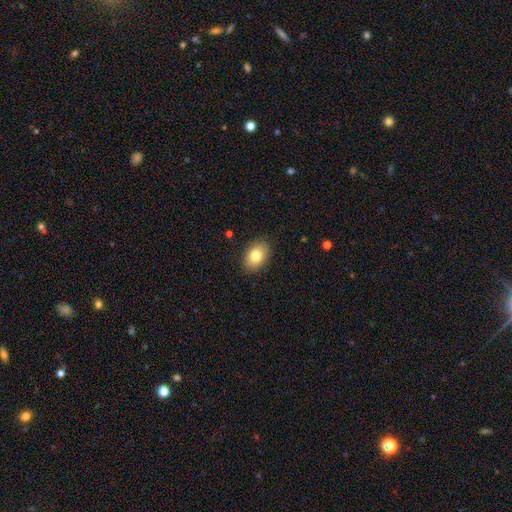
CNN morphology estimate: type=smooth (82%); roundness=in between (81%); merging=none (87%).